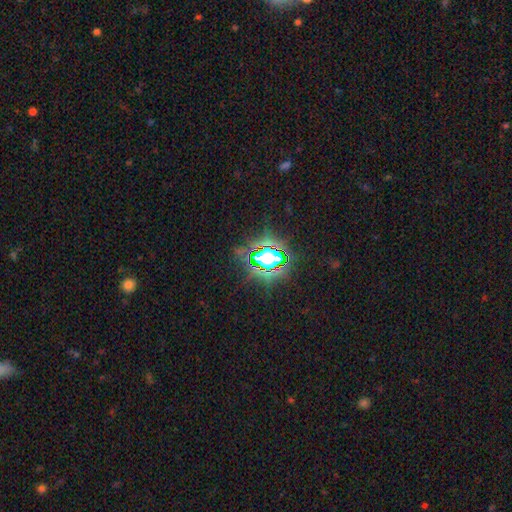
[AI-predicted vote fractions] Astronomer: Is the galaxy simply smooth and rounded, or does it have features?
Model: star or artifact — 81%.